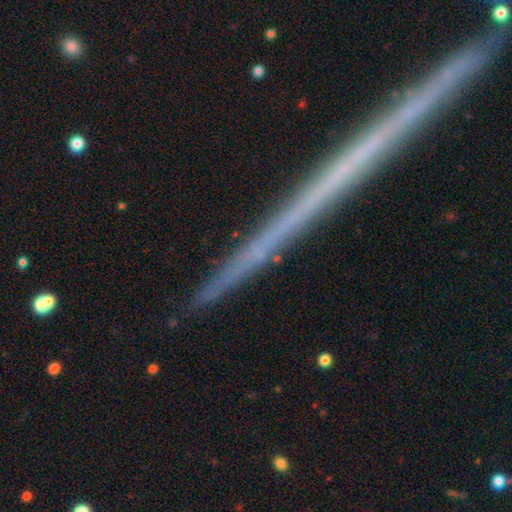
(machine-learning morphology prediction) The model was most divided on "smooth or featured": featured or disk: 50%, smooth: 27%, star or artifact: 23%. More confident: edge-on disk — yes (94%); merging — none (88%).